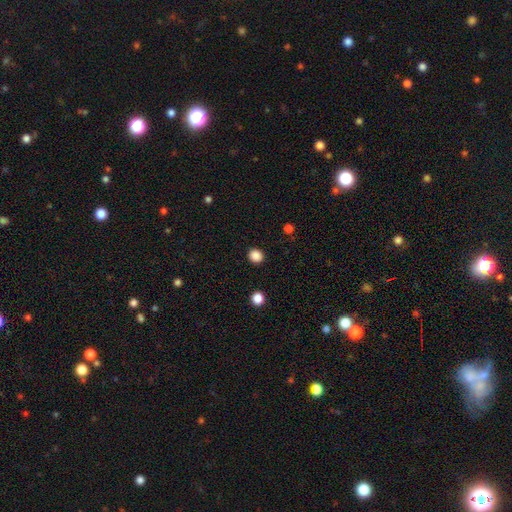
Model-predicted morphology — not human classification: This is clearly a smooth galaxy (87%). How rounded: clearly round (83%). Merging: clearly none (92%).